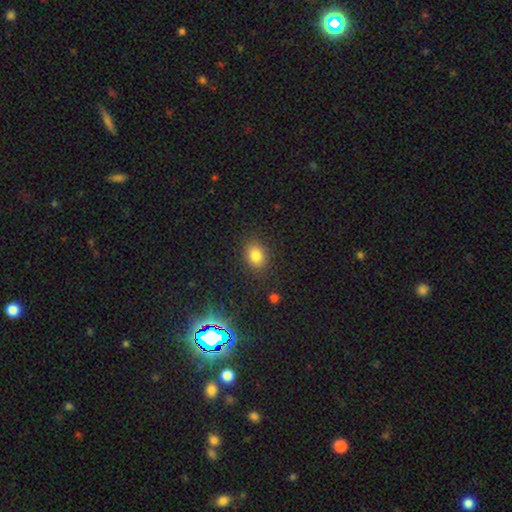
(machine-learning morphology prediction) Q: Smooth or featured?
A: smooth (81%); runner-up: star or artifact (12%)
Q: How rounded?
A: in between (62%); runner-up: round (37%)
Q: Merging?
A: none (86%); runner-up: minor disturbance (10%)